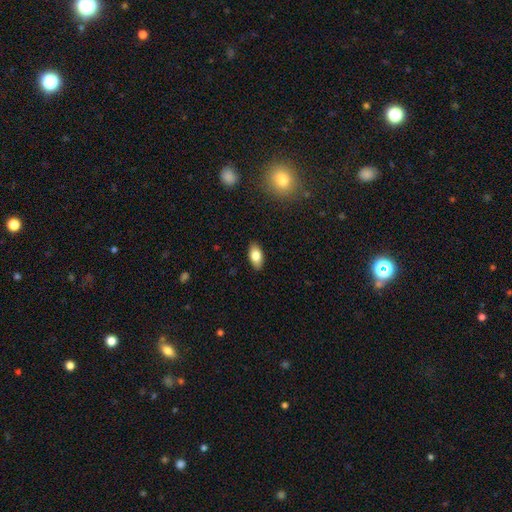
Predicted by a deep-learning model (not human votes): The model was most divided on "smooth or featured": smooth: 80%, featured or disk: 13%, star or artifact: 7%. More confident: how rounded — in between (91%); merging — none (89%).